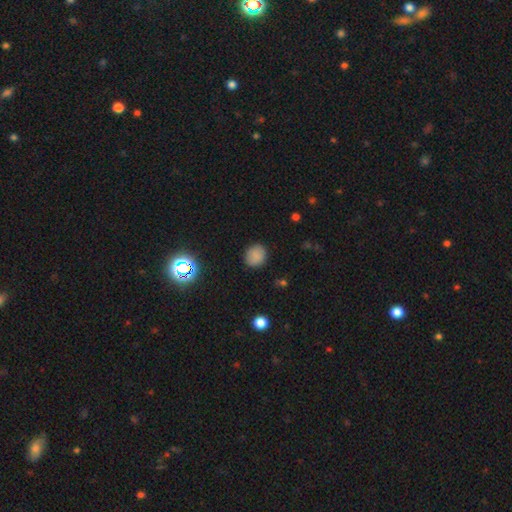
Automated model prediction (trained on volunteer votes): Smooth or featured: smooth — 81% (star or artifact — 14%)
How rounded: round — 78% (in between — 21%)
Merging: none — 86% (minor disturbance — 10%)